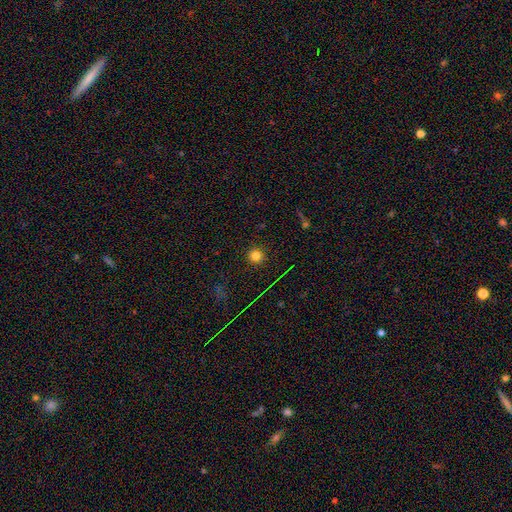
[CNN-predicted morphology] Smooth or featured? smooth (78%)
How rounded? round (95%)
Merging? none (91%)